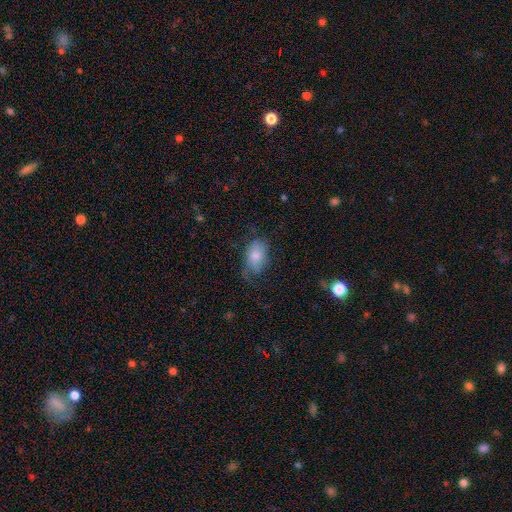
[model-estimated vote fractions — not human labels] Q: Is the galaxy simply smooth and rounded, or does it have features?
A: smooth — 76%.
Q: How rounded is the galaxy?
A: in between — 90%.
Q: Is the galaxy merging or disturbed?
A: none — 53%.